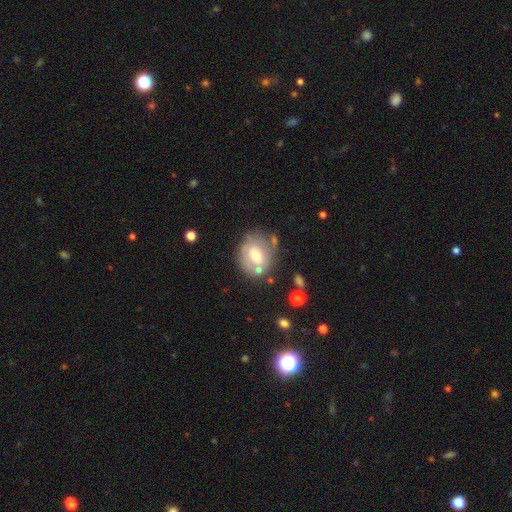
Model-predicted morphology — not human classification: smooth-or-featured: featured or disk: 47% | smooth: 45% | star or artifact: 8%
  merging: none: 63% | minor disturbance: 20% | merger: 9% | major disturbance: 8%